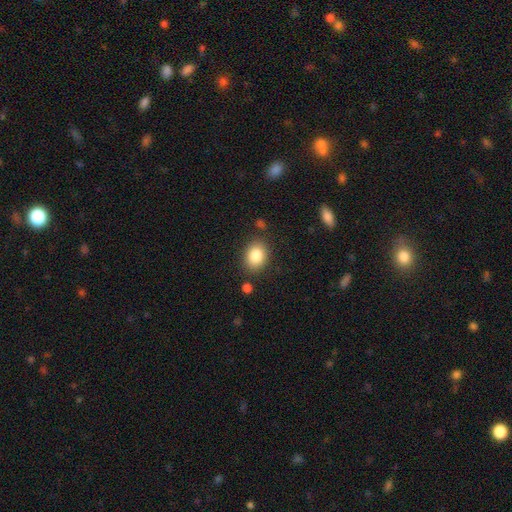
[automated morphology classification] A smooth galaxy with no disk features (85%) that is in between round and cigar-shaped (56%). Merging: none (82%).